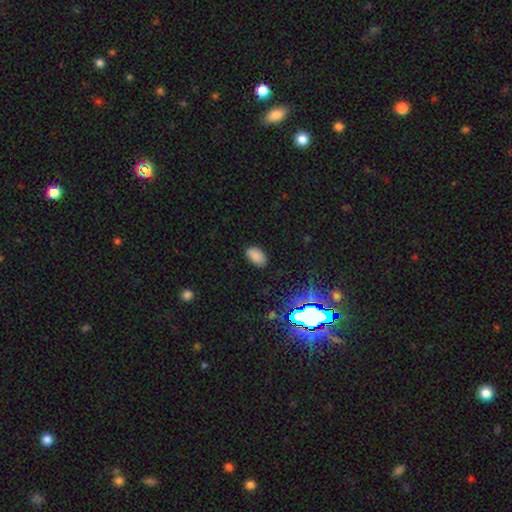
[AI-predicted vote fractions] Q: Smooth or featured?
A: smooth (82%); runner-up: star or artifact (14%)
Q: How rounded?
A: in between (94%); runner-up: round (4%)
Q: Merging?
A: none (84%); runner-up: minor disturbance (12%)